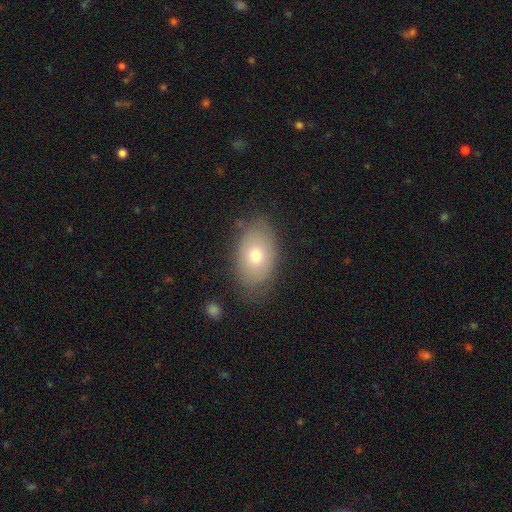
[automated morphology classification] This is likely a smooth galaxy (69%). How rounded: clearly in between (86%). Merging: likely none (77%).